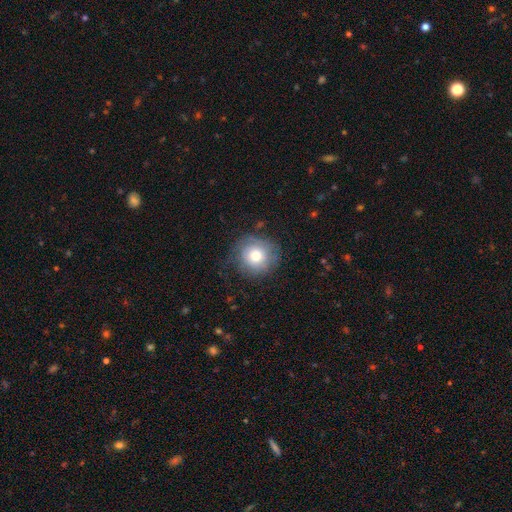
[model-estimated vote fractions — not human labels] The model was most divided on "smooth or featured": smooth: 69%, featured or disk: 21%, star or artifact: 10%. More confident: how rounded — round (92%); merging — none (72%).